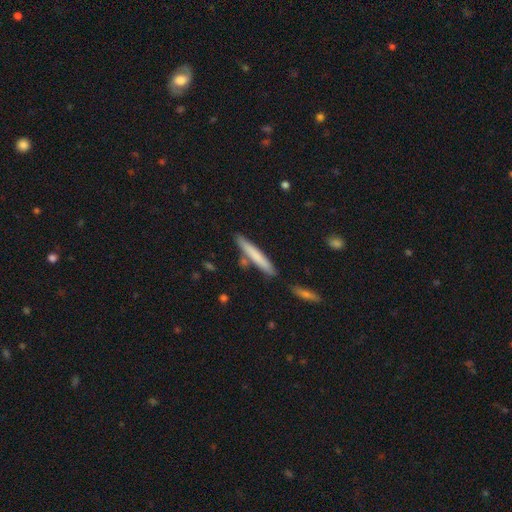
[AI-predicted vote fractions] A smooth galaxy with no disk features (72%) that is cigar-shaped (95%). Merging: none (83%).